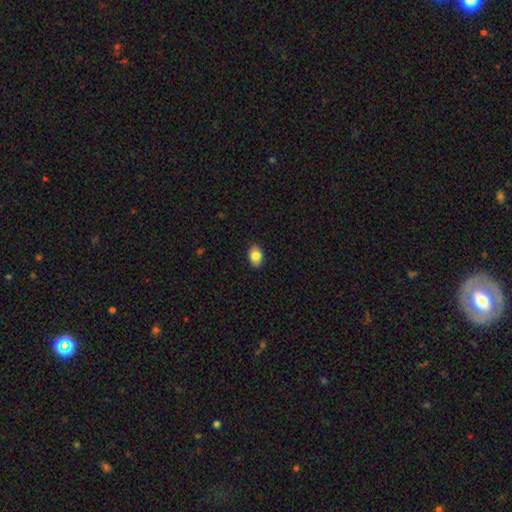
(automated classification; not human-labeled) This is clearly a smooth galaxy (84%). How rounded: clearly in between (84%). Merging: clearly none (90%).